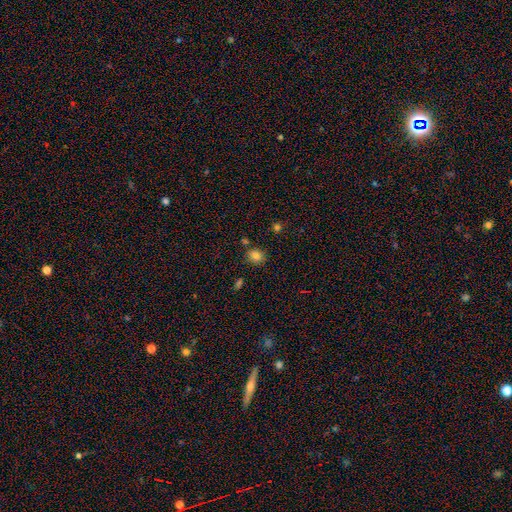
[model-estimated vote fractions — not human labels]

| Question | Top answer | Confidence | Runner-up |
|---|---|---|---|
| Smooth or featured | smooth | 80% | star or artifact (13%) |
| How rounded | round | 63% | in between (36%) |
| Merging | none | 78% | minor disturbance (12%) |